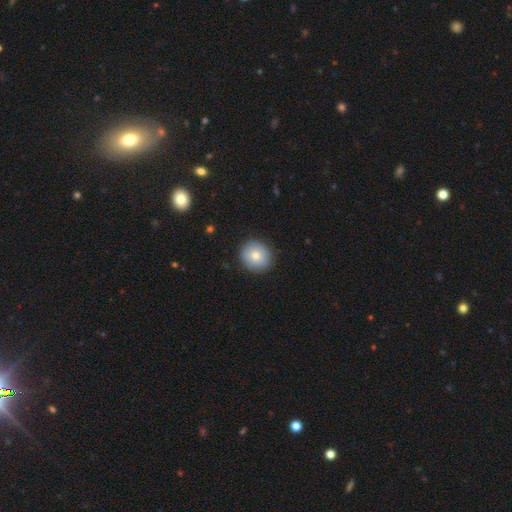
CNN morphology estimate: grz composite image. It shows a smooth galaxy with no disk features (77%) that is round (83%). Merging: none (88%).